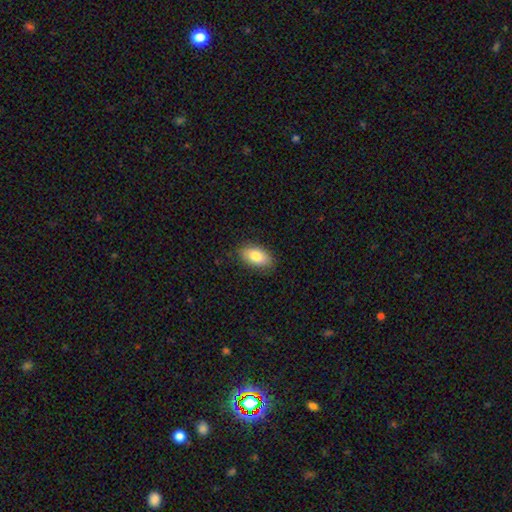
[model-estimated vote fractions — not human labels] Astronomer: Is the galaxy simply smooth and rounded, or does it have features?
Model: smooth — 82%.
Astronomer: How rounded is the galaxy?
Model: in between — 92%.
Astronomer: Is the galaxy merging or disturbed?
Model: none — 86%.